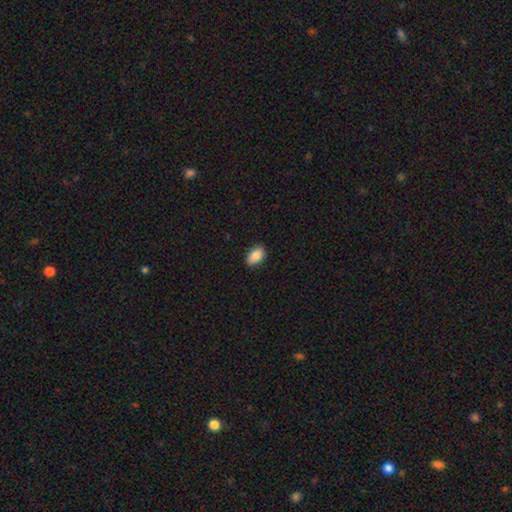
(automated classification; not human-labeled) smooth_or_featured: smooth (p=0.86) [alt: star or artifact p=0.07]
how_rounded: in between (p=0.90) [alt: round p=0.08]
merging: none (p=0.87) [alt: minor disturbance p=0.10]